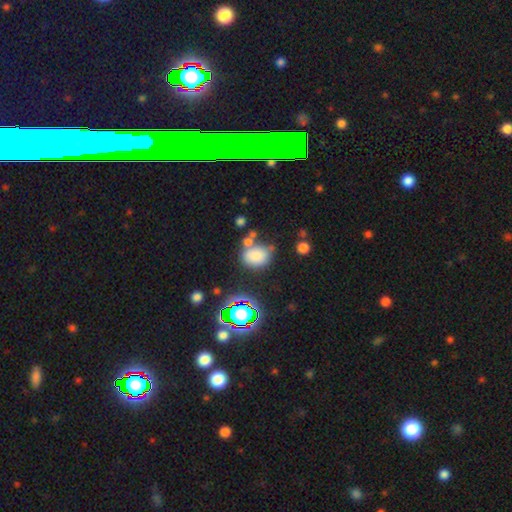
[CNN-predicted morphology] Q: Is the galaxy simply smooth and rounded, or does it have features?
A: smooth — 76%.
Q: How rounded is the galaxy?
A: in between — 58%.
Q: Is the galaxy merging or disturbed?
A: none — 56%.